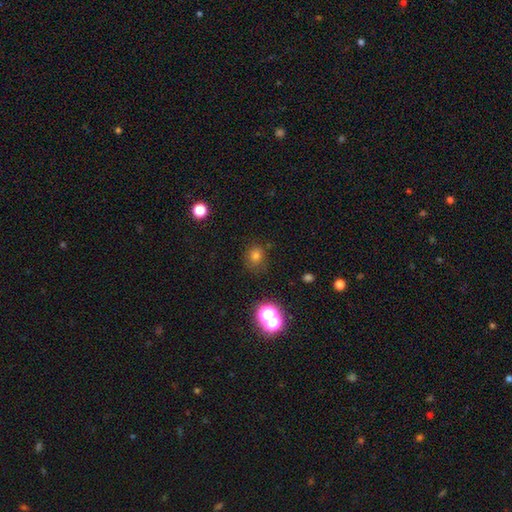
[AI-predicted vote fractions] A smooth galaxy with no disk features (72%) that is round (75%). Merging: none (76%).